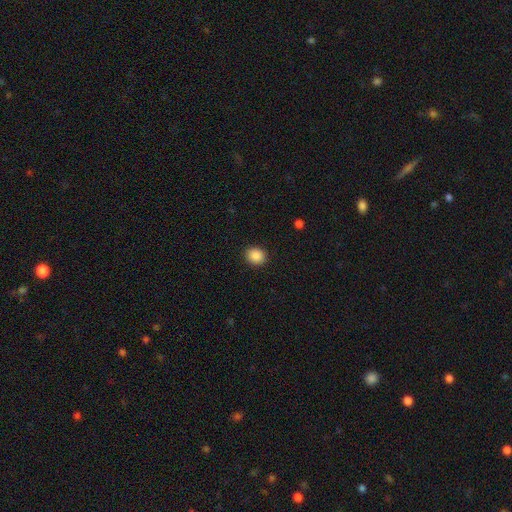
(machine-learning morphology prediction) Smooth or featured?
  - smooth: 88% *
  - star or artifact: 9%
  - featured or disk: 3%
How rounded?
  - round: 68% *
  - in between: 31%
  - cigar-shaped: 1%
Merging?
  - none: 91% *
  - minor disturbance: 6%
  - major disturbance: 2%
  - merger: 1%